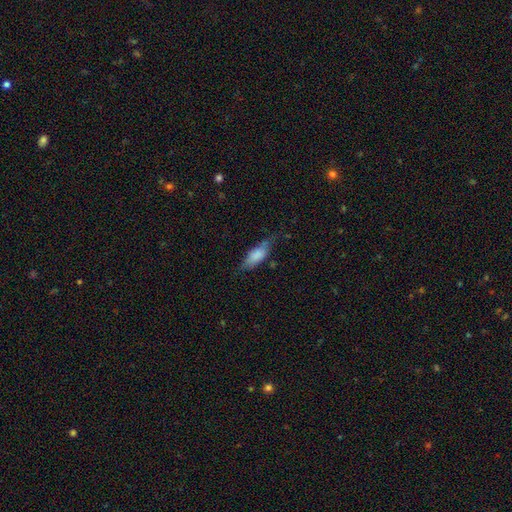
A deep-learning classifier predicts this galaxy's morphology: A smooth galaxy with no disk features (75%) that is in between round and cigar-shaped (72%). Merging: none (53%).